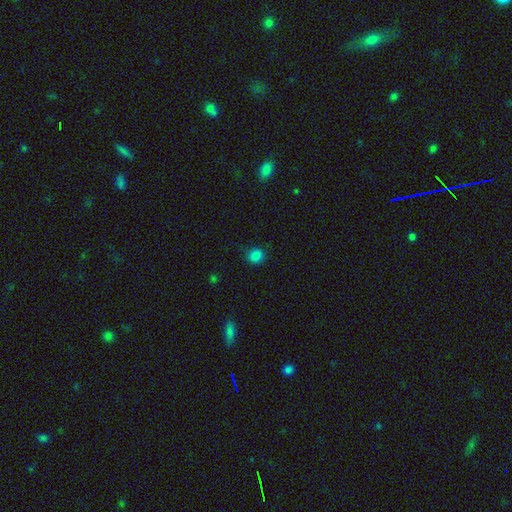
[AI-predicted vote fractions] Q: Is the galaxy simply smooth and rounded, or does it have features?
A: smooth — 82%.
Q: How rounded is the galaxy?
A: round — 82%.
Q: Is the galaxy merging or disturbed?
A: none — 85%.